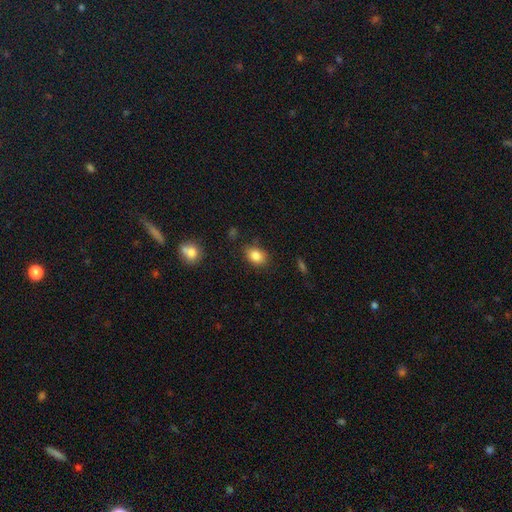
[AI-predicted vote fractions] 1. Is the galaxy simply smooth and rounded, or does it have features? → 84% smooth, 9% star or artifact, 6% featured or disk.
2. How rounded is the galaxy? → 69% in between, 29% round, 1% cigar-shaped.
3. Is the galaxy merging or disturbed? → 78% none, 16% minor disturbance, 4% major disturbance, 3% merger.